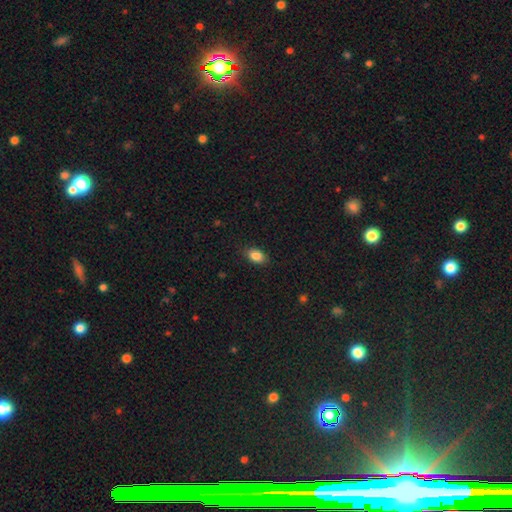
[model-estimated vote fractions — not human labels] Q: Smooth or featured?
A: smooth (86%); runner-up: star or artifact (8%)
Q: How rounded?
A: in between (86%); runner-up: round (12%)
Q: Merging?
A: none (87%); runner-up: minor disturbance (10%)